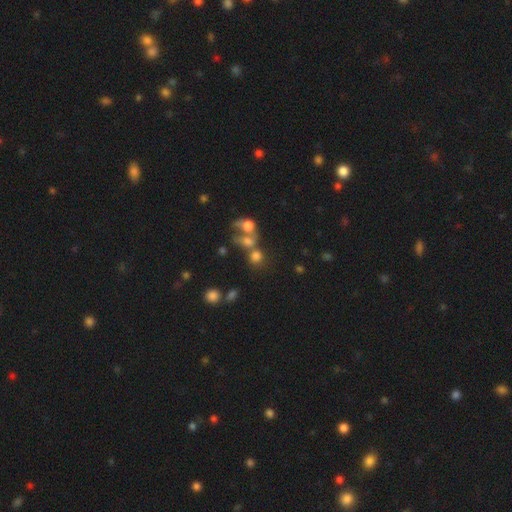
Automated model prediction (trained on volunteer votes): smooth 68%, star or artifact 17%, featured or disk 15%. Down the decision tree: how rounded — round (68%); merging — merger (50%).